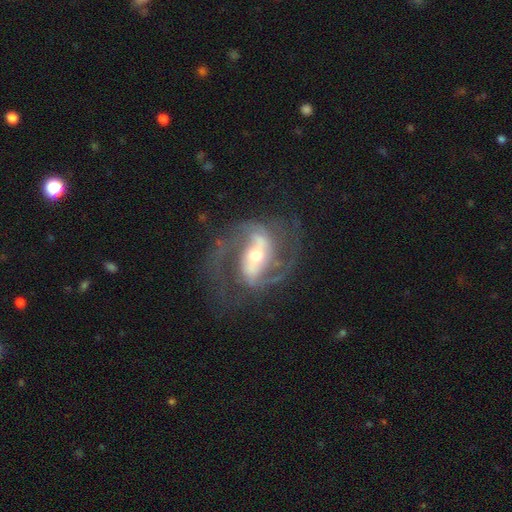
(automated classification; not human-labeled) Smooth or featured? Predicted: featured or disk (p=0.90). Edge-on disk? Predicted: no (p=0.96). Bar? Predicted: strong (p=0.56). Spiral arms? Predicted: yes (p=0.96). Spiral winding? Predicted: medium (p=0.56). Spiral arm count? Predicted: 2 (p=0.87). Bulge size? Predicted: moderate (p=0.58). Merging? Predicted: none (p=0.71).